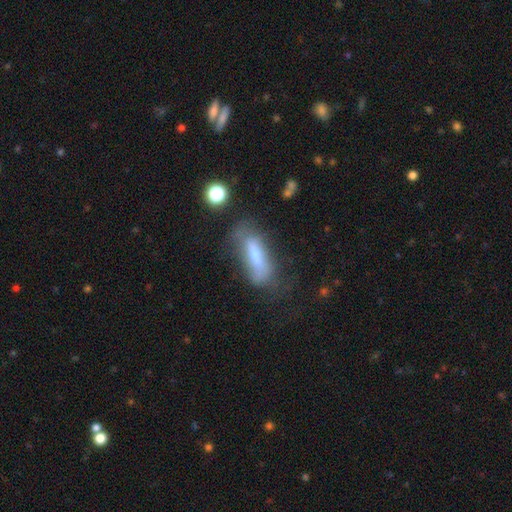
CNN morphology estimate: smooth-or-featured: smooth: 55% | featured or disk: 36% | star or artifact: 9%
  how-rounded: cigar-shaped: 49% (tied) | in between: 49% (tied) | round: 3%
  merging: none: 47% | minor disturbance: 27% | major disturbance: 20% | merger: 6%